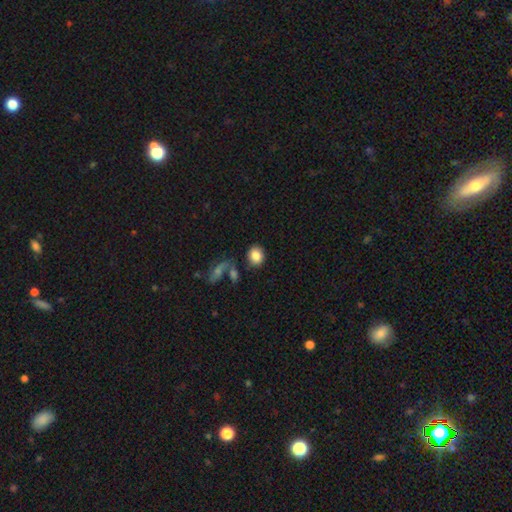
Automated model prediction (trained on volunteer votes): Morphology: type=smooth (84%); roundness=round (60%); merging=none (73%).